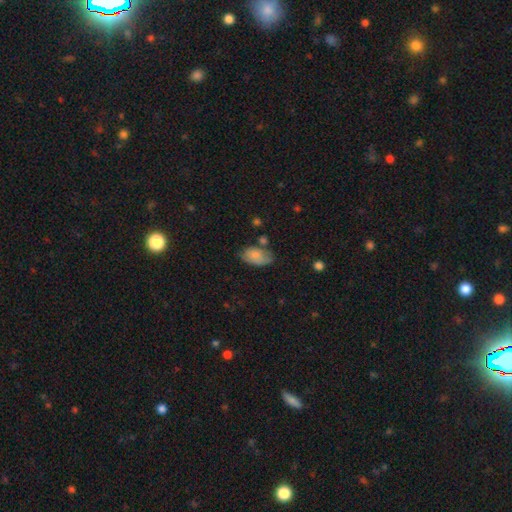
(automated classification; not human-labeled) This is likely a smooth galaxy (78%). How rounded: clearly in between (91%). Merging: possibly none (49%).